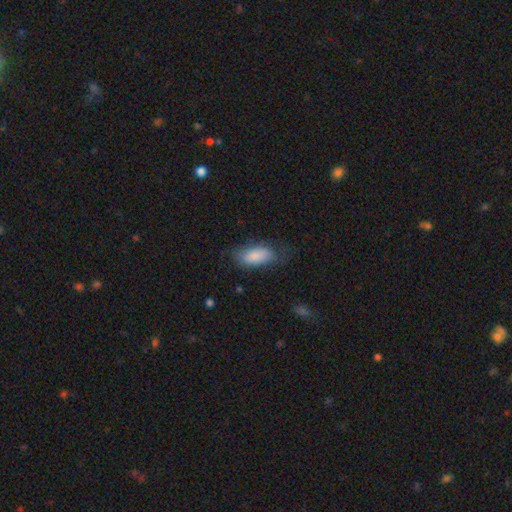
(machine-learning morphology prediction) smooth-or-featured: smooth: 83% | featured or disk: 11% | star or artifact: 6%
  how-rounded: in between: 91% | cigar-shaped: 7% | round: 3%
  merging: none: 60% | minor disturbance: 26% | major disturbance: 12% | merger: 2%